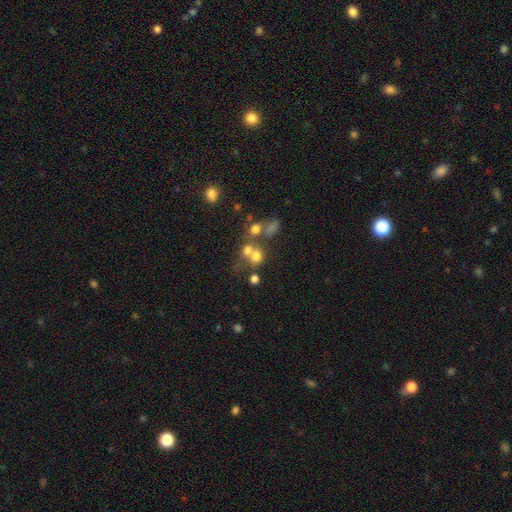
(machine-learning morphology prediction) smooth-or-featured: smooth: 65% | star or artifact: 18% | featured or disk: 17%
  how-rounded: round: 77% | in between: 22% | cigar-shaped: 1%
  merging: merger: 47% | none: 38% | minor disturbance: 8% | major disturbance: 7%